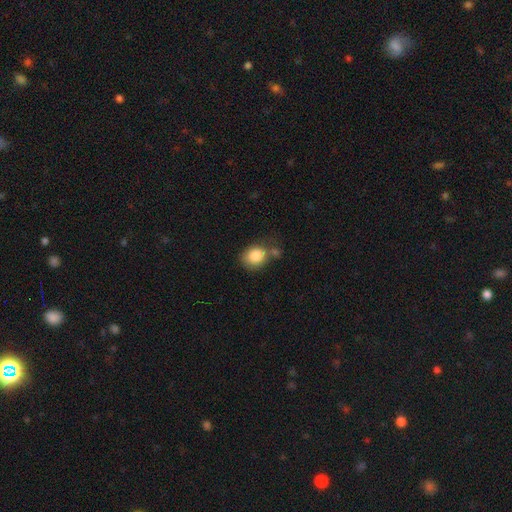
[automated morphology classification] Q: Smooth or featured?
A: smooth (84%); runner-up: star or artifact (8%)
Q: How rounded?
A: round (60%); runner-up: in between (39%)
Q: Merging?
A: none (57%); runner-up: minor disturbance (19%)